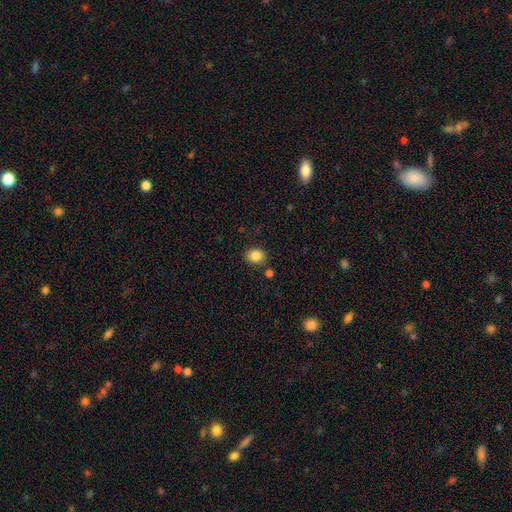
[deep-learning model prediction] smooth_or_featured: smooth (p=0.85) [alt: star or artifact p=0.09]
how_rounded: round (p=0.51) [alt: in between p=0.48]
merging: none (p=0.82) [alt: minor disturbance p=0.11]